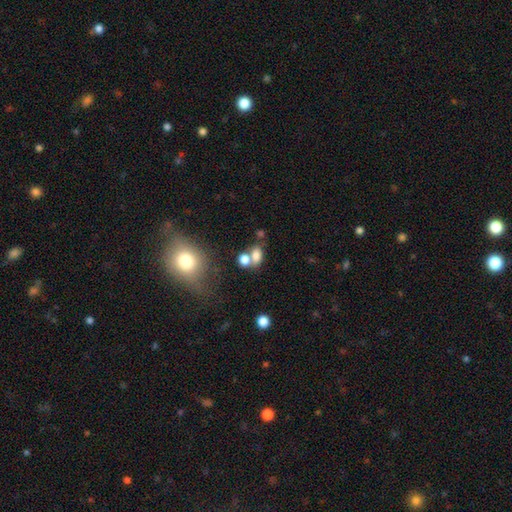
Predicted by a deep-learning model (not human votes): Smooth or featured? smooth (76%)
How rounded? in between (73%)
Merging? merger (45%)